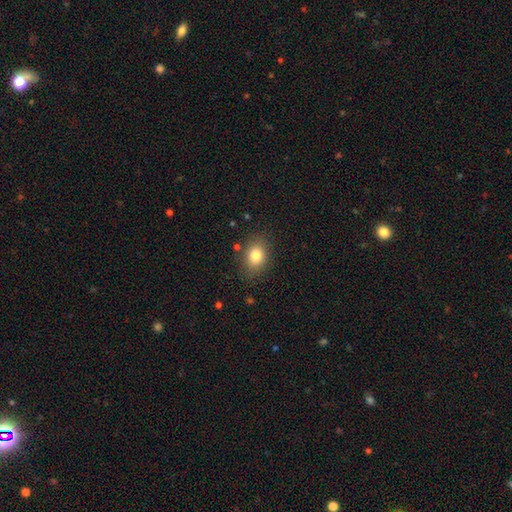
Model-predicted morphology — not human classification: Q: Smooth or featured?
A: smooth (81%); runner-up: star or artifact (10%)
Q: How rounded?
A: in between (67%); runner-up: round (32%)
Q: Merging?
A: none (83%); runner-up: minor disturbance (11%)